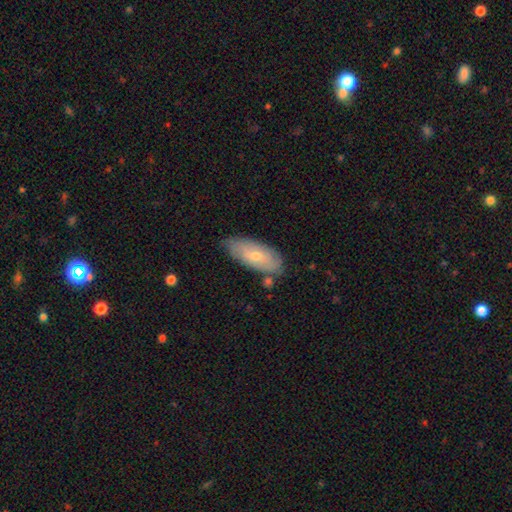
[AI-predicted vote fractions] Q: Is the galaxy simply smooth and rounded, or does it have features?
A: smooth — 54%.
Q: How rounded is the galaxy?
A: in between — 81%.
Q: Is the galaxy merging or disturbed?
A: none — 74%.